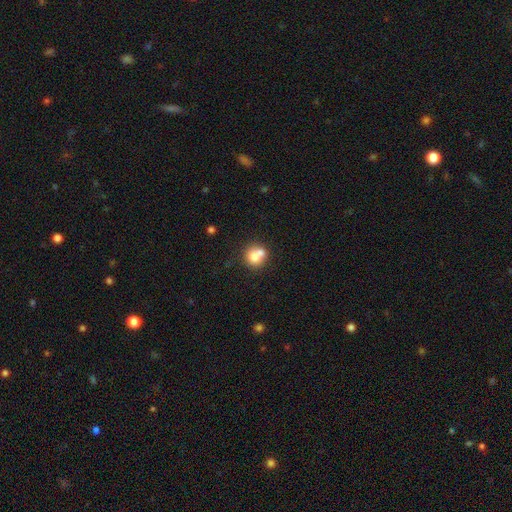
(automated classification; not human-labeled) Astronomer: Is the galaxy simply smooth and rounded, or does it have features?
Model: smooth — 73%.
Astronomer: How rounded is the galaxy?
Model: round — 82%.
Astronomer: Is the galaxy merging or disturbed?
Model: merger — 48% (runner-up: none, 40%).